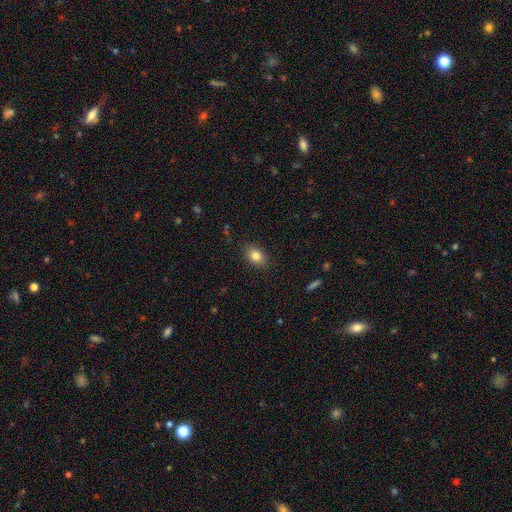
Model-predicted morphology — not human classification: A smooth galaxy with no disk features (81%) that is in between round and cigar-shaped (74%). Merging: none (86%).